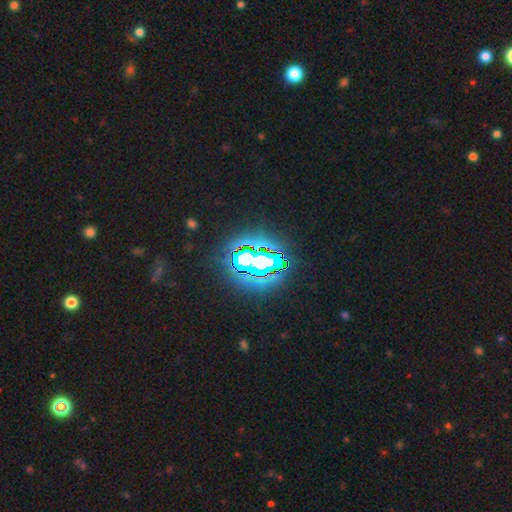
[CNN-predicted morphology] smooth-or-featured: star or artifact: 66% | smooth: 19% | featured or disk: 15%